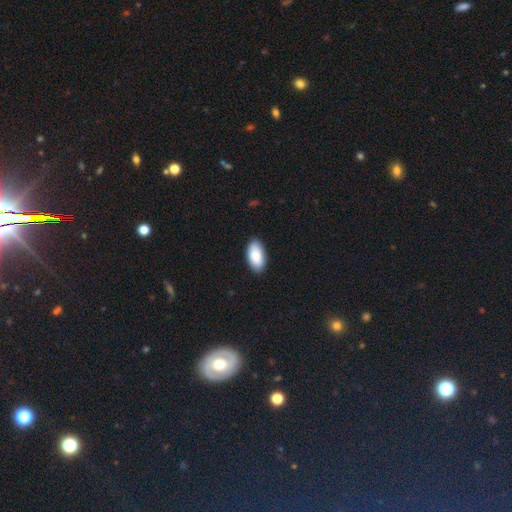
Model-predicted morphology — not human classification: Smooth or featured?
  - smooth: 88% *
  - featured or disk: 7%
  - star or artifact: 6%
How rounded?
  - in between: 95% *
  - cigar-shaped: 3%
  - round: 2%
Merging?
  - none: 88% *
  - minor disturbance: 9%
  - major disturbance: 2%
  - merger: 1%